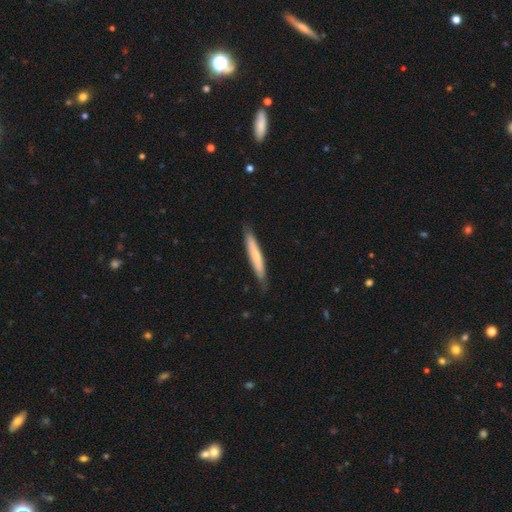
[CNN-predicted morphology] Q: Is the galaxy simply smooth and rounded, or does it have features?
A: smooth — 66%.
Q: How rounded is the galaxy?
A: cigar-shaped — 94%.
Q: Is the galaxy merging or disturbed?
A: none — 83%.